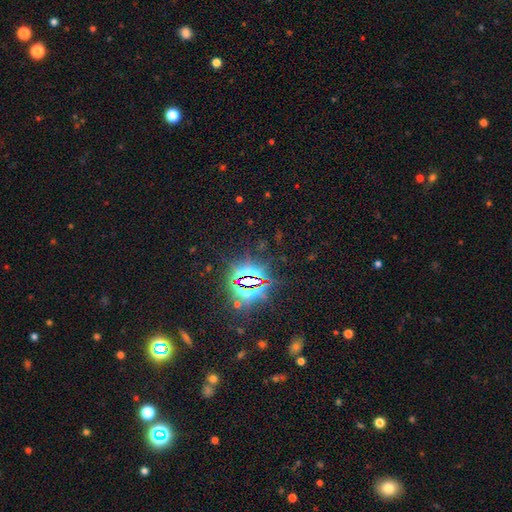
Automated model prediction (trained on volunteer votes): Smooth or featured? Predicted: star or artifact (p=0.84).